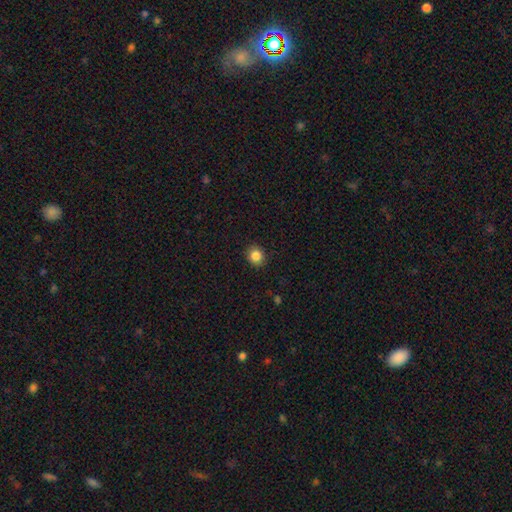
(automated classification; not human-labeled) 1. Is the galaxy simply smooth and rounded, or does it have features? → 85% smooth, 10% star or artifact, 5% featured or disk.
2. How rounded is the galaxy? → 80% round, 19% in between, 1% cigar-shaped.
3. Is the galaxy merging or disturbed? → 90% none, 7% minor disturbance, 2% major disturbance, 1% merger.